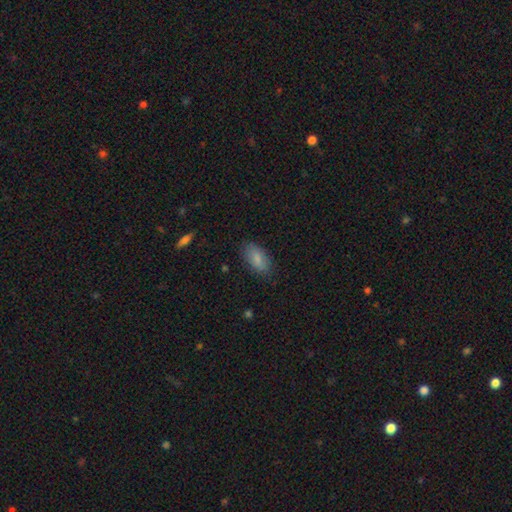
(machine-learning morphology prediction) Overall: smooth (81%). How rounded: in between (90%). Merging: none (85%).